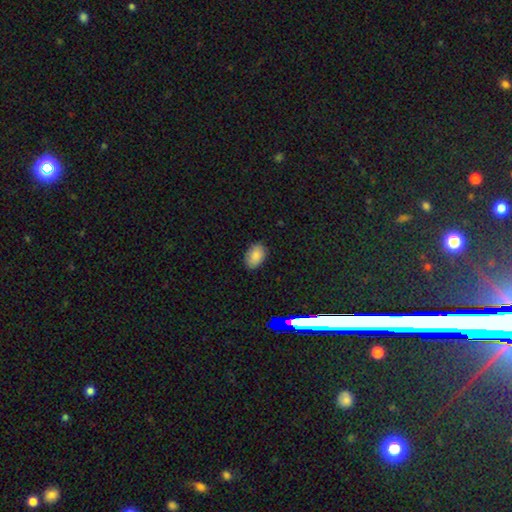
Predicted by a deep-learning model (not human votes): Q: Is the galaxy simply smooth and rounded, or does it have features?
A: smooth — 84%.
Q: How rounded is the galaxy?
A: in between — 88%.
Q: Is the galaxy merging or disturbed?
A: none — 85%.